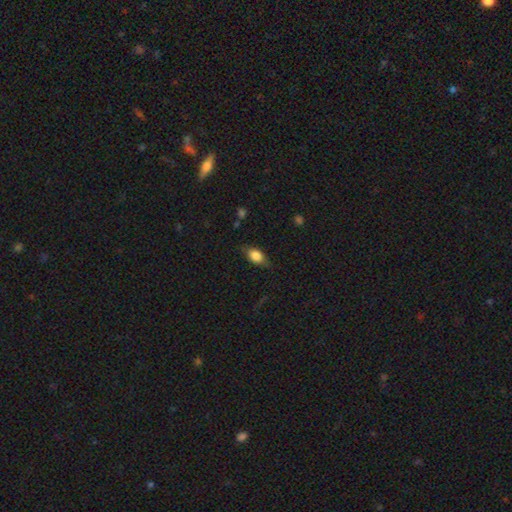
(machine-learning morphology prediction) Smooth or featured?
  - smooth: 76% *
  - featured or disk: 16%
  - star or artifact: 8%
How rounded?
  - in between: 81% *
  - round: 12%
  - cigar-shaped: 7%
Merging?
  - none: 74% *
  - minor disturbance: 19%
  - major disturbance: 6%
  - merger: 1%